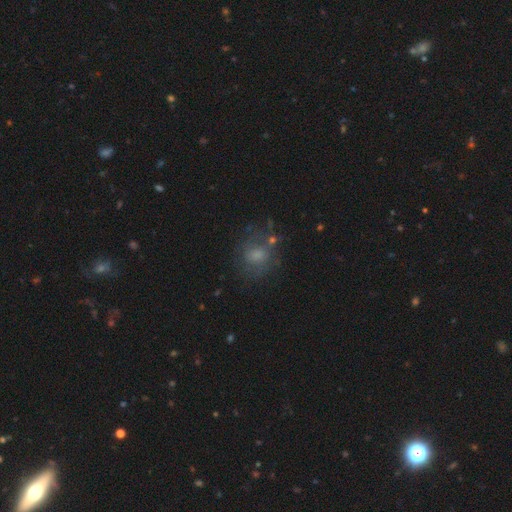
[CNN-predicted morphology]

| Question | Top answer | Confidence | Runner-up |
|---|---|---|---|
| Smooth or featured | smooth | 55% | featured or disk (29%) |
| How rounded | round | 67% | in between (32%) |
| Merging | none | 63% | minor disturbance (19%) |